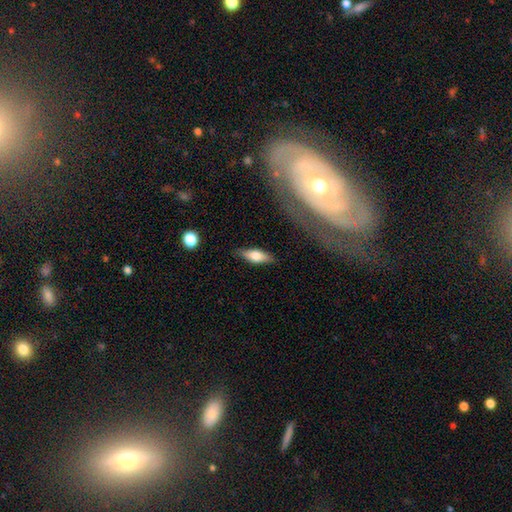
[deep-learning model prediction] A smooth galaxy with no disk features (61%) that is in between round and cigar-shaped (66%).

Vote fractions:
- Smooth or featured? smooth: 61% / featured or disk: 33% / star or artifact: 6%
- How rounded? in between: 66% / cigar-shaped: 31% / round: 3%
- Merging? none: 83% / minor disturbance: 12% / major disturbance: 3% / merger: 2%